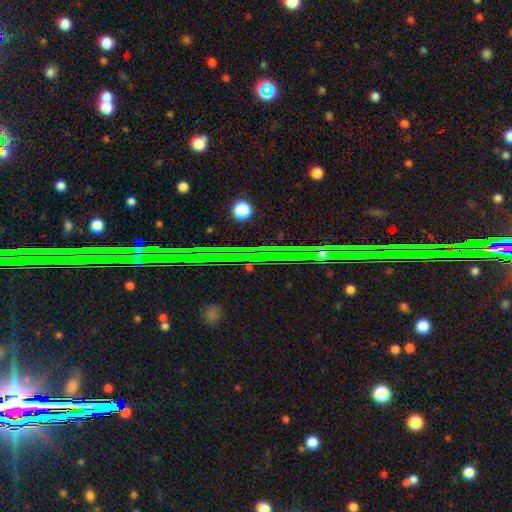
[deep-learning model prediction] Smooth or featured? star or artifact (79%)